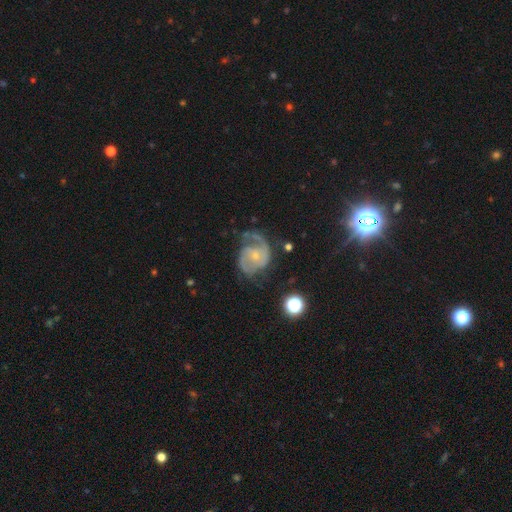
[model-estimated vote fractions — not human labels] This is clearly a featured or disk galaxy (83%). It is clearly not viewed edge-on (98%). Bar: possibly no (59%). Spiral arm pattern: clearly yes (93%). Spiral arm count: likely 2 (70%). Spiral winding: possibly medium (50%). Central bulge: likely small (69%). Merging: possibly none (51%).